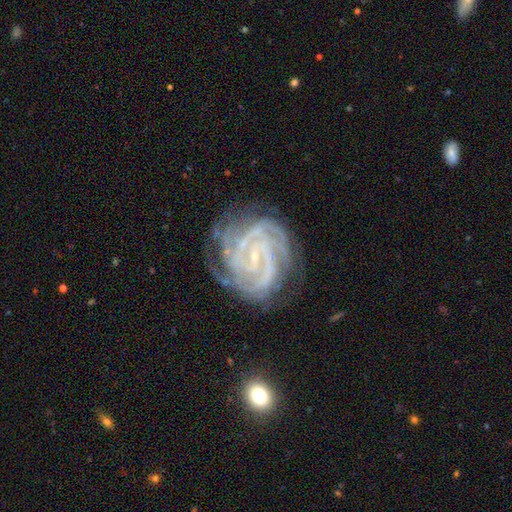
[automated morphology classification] Smooth or featured? Predicted: featured or disk (p=0.91). Edge-on disk? Predicted: no (p=0.98). Bar? Predicted: no (p=0.40). Spiral arms? Predicted: yes (p=0.99). Spiral winding? Predicted: tight (p=0.78). Spiral arm count? Predicted: 4 (p=0.30). Bulge size? Predicted: small (p=0.85). Merging? Predicted: none (p=0.74).